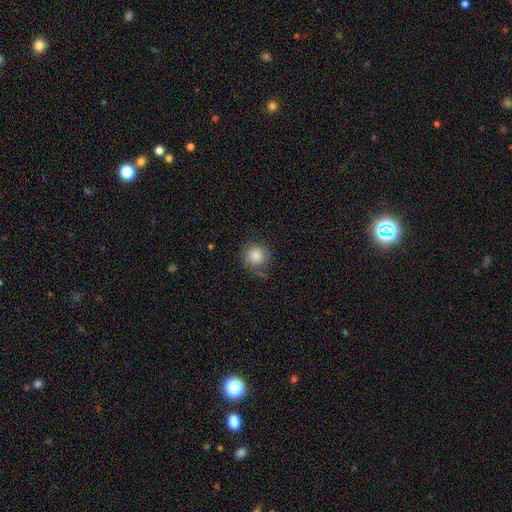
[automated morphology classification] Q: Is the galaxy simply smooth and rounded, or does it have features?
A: smooth — 85%.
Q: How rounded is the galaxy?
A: round — 93%.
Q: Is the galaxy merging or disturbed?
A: none — 73%.